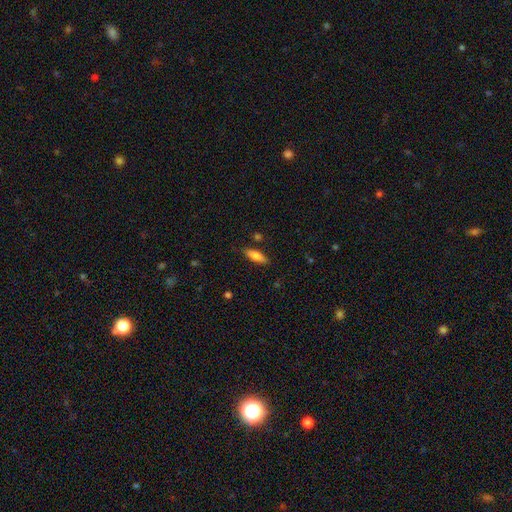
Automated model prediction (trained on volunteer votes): Smooth or featured? Predicted: smooth (p=0.74). How rounded? Predicted: in between (p=0.53). Merging? Predicted: none (p=0.84).